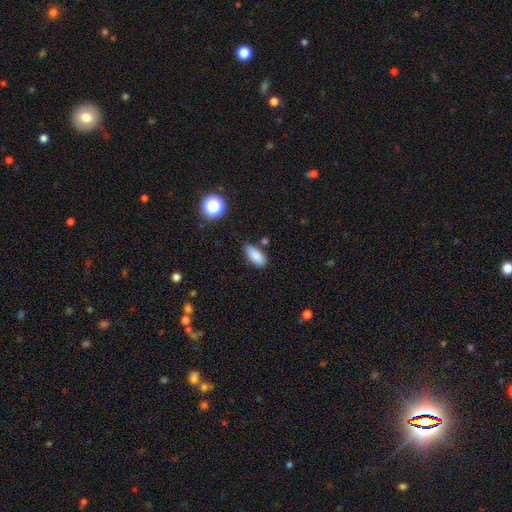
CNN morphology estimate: A smooth galaxy with no disk features (85%) that is in between round and cigar-shaped (86%).

Vote fractions:
- Smooth or featured? smooth: 85% / star or artifact: 9% / featured or disk: 6%
- How rounded? in between: 86% / cigar-shaped: 11% / round: 3%
- Merging? none: 74% / minor disturbance: 18% / merger: 4% / major disturbance: 3%